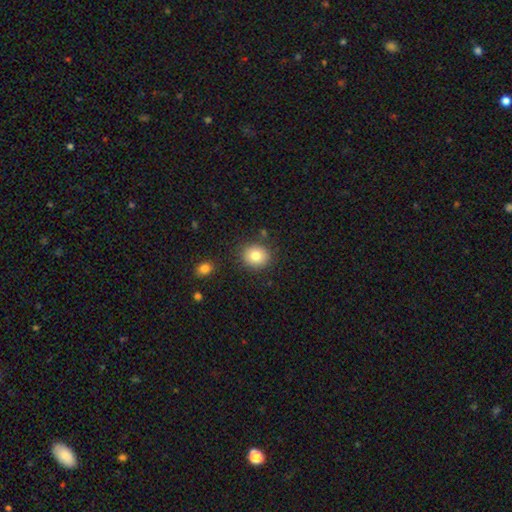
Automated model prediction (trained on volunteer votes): Smooth or featured?
  - smooth: 82% *
  - star or artifact: 10%
  - featured or disk: 8%
How rounded?
  - round: 77% *
  - in between: 22%
  - cigar-shaped: 1%
Merging?
  - none: 86% *
  - minor disturbance: 9%
  - merger: 3%
  - major disturbance: 3%